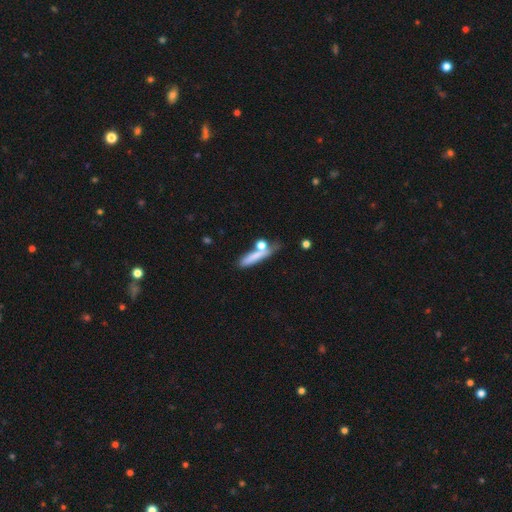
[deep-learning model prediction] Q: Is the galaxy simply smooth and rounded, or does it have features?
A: smooth — 70%.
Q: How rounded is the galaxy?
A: cigar-shaped — 73%.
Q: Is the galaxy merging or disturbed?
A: none — 52%.